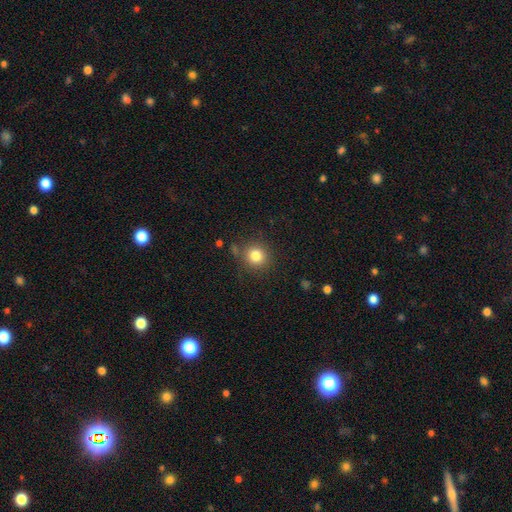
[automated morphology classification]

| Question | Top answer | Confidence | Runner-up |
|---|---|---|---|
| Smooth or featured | smooth | 82% | star or artifact (12%) |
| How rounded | round | 91% | in between (8%) |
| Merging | none | 83% | minor disturbance (10%) |